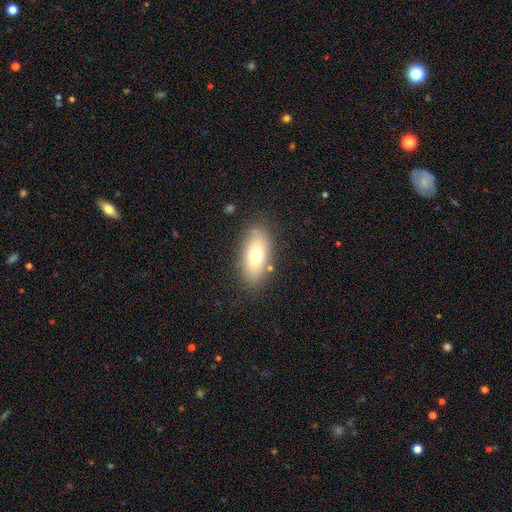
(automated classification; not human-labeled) Overall: smooth (69%). How rounded: in between (86%). Merging: none (81%).